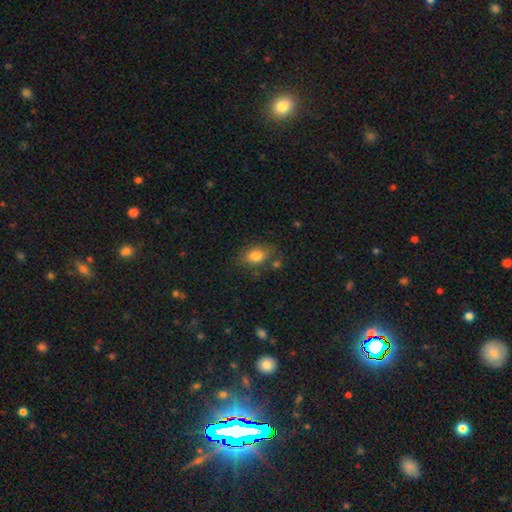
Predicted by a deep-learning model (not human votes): Smooth or featured?
  - smooth: 81% *
  - featured or disk: 10%
  - star or artifact: 9%
How rounded?
  - in between: 77% *
  - round: 21%
  - cigar-shaped: 2%
Merging?
  - none: 72% *
  - minor disturbance: 17%
  - merger: 5%
  - major disturbance: 5%